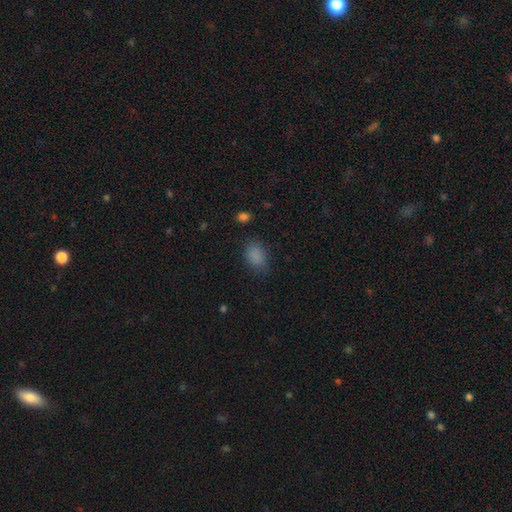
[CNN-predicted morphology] A smooth galaxy with no disk features (84%) that is in between round and cigar-shaped (77%).

Vote fractions:
- Smooth or featured? smooth: 84% / star or artifact: 12% / featured or disk: 5%
- How rounded? in between: 77% / round: 21% / cigar-shaped: 1%
- Merging? none: 74% / minor disturbance: 19% / major disturbance: 6% / merger: 2%